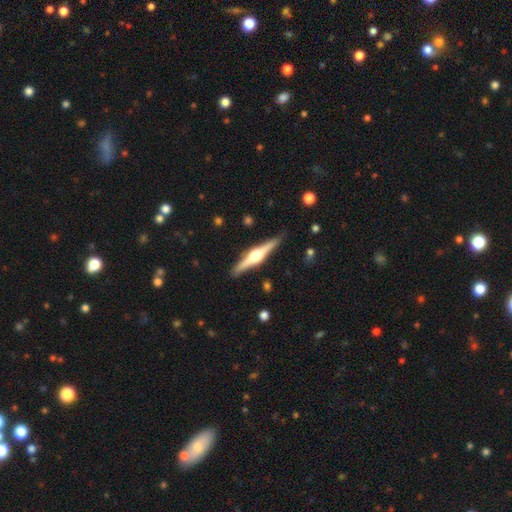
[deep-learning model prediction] This is likely a featured or disk galaxy (77%). It is clearly viewed edge-on (98%). Edge-on bulge: clearly rounded (93%). Merging: clearly none (89%).